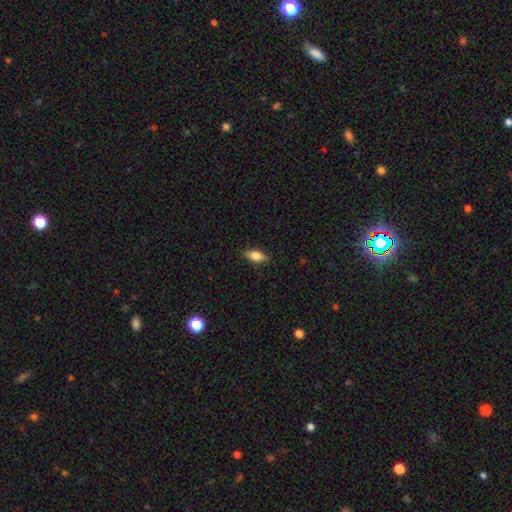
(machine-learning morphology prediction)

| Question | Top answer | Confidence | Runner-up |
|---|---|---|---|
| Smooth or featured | smooth | 74% | featured or disk (19%) |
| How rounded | in between | 81% | cigar-shaped (16%) |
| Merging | none | 86% | minor disturbance (11%) |